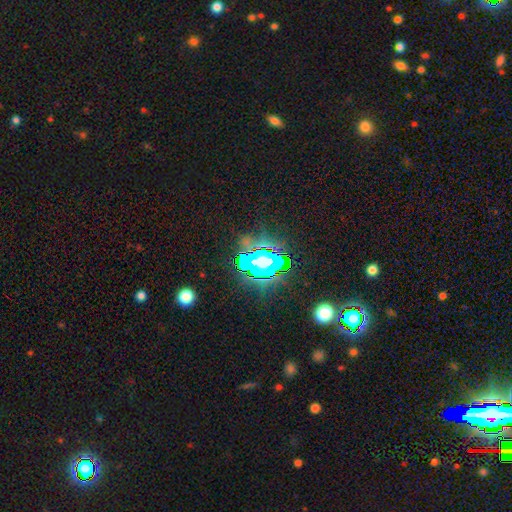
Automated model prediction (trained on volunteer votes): star or artifact 81%, smooth 11%, featured or disk 8%.